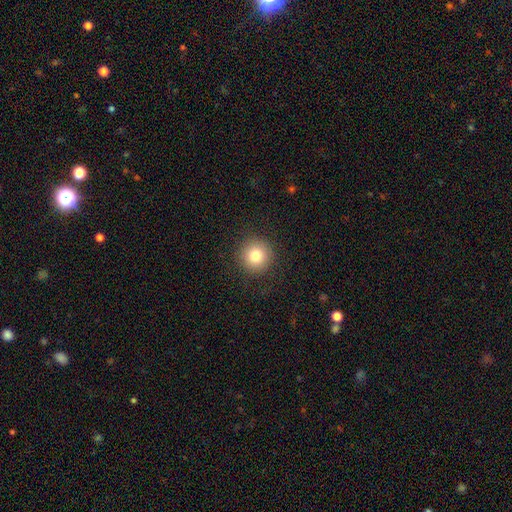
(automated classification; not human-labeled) Q: Smooth or featured?
A: smooth (80%); runner-up: star or artifact (11%)
Q: How rounded?
A: round (95%); runner-up: in between (4%)
Q: Merging?
A: none (90%); runner-up: minor disturbance (6%)